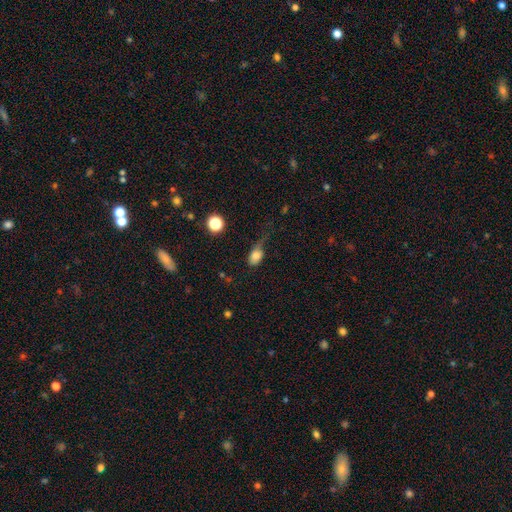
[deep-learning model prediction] This appears to be a smooth galaxy with no disk features (76%) that is in between round and cigar-shaped (79%). Merging: major disturbance (34%).